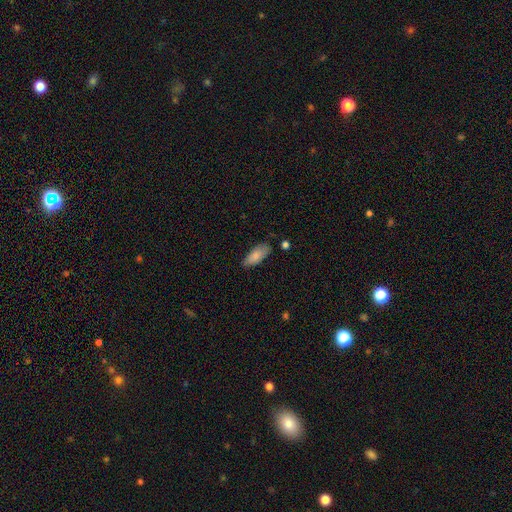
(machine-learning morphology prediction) This is clearly a smooth galaxy (83%). How rounded: clearly in between (82%). Merging: likely none (74%).